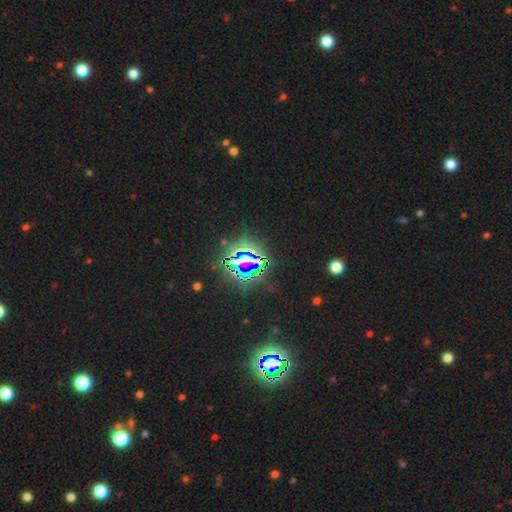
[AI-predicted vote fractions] Smooth or featured? star or artifact (82%)